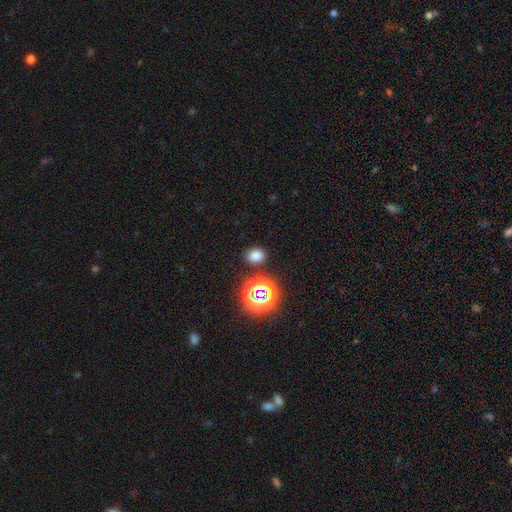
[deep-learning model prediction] Smooth or featured? Predicted: smooth (p=0.73). How rounded? Predicted: round (p=0.52). Merging? Predicted: none (p=0.84).